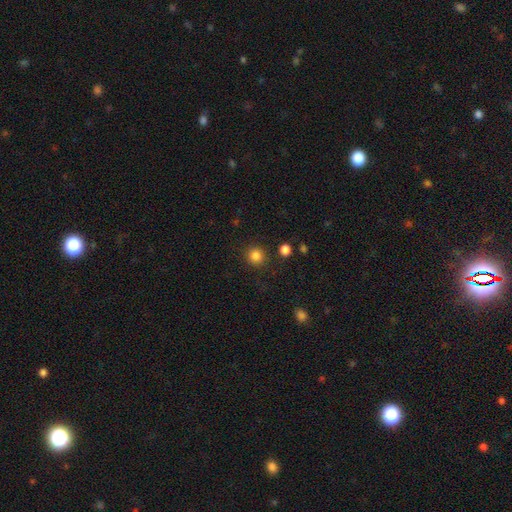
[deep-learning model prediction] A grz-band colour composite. It shows a smooth galaxy with no disk features (84%) that is round (93%). Merging: none (89%).